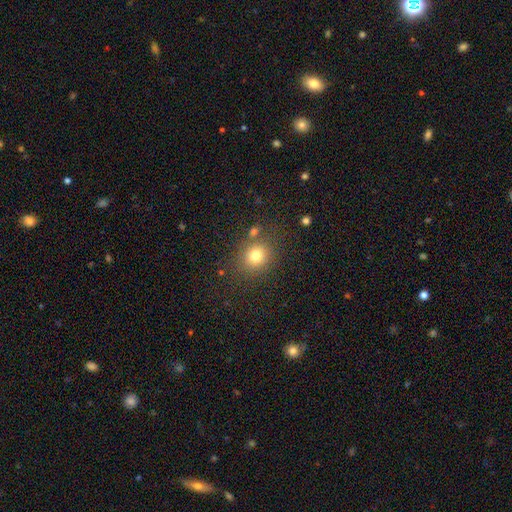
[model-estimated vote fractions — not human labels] smooth 77%, star or artifact 14%, featured or disk 9%. Down the decision tree: how rounded — round (77%); merging — none (76%).